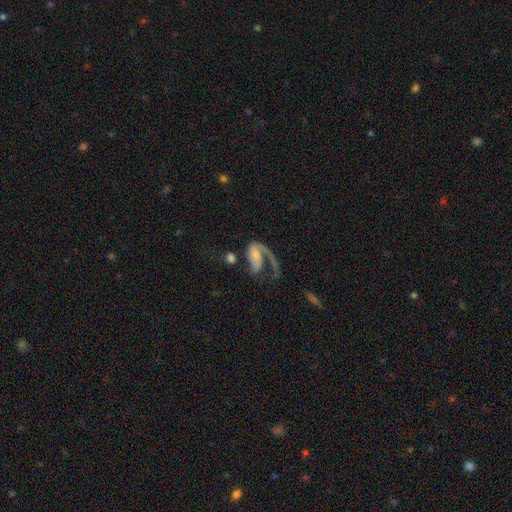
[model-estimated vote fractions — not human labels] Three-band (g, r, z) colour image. It shows a featured or disk galaxy (69%) with no bar (60%), 1 (77%) loose (58%) spiral arms (85%) and a small central bulge (48%). Merging: major disturbance (48%).